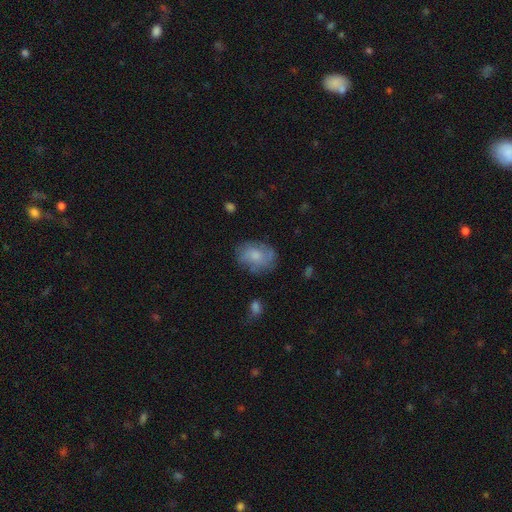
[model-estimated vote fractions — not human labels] smooth_or_featured: smooth (p=0.59) [alt: featured or disk p=0.33]
how_rounded: in between (p=0.72) [alt: round p=0.26]
merging: none (p=0.66) [alt: minor disturbance p=0.22]